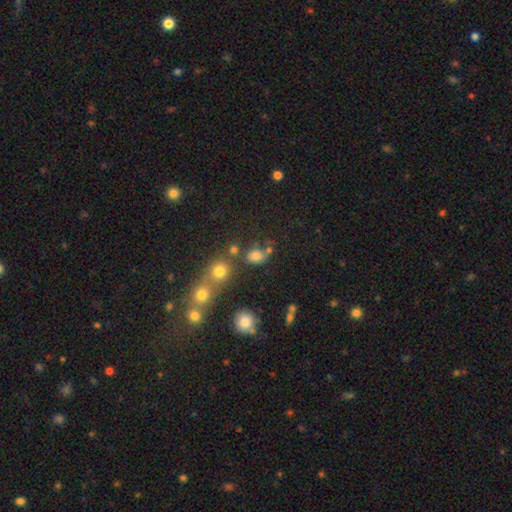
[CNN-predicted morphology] This appears to be a smooth galaxy with no disk features (73%) that is in between round and cigar-shaped (59%). Merging: none (55%).